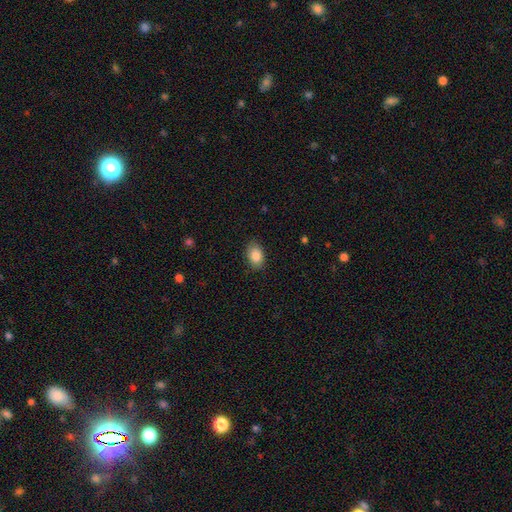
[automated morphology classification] Smooth or featured: smooth — 87% (star or artifact — 8%)
How rounded: in between — 83% (round — 16%)
Merging: none — 86% (minor disturbance — 11%)